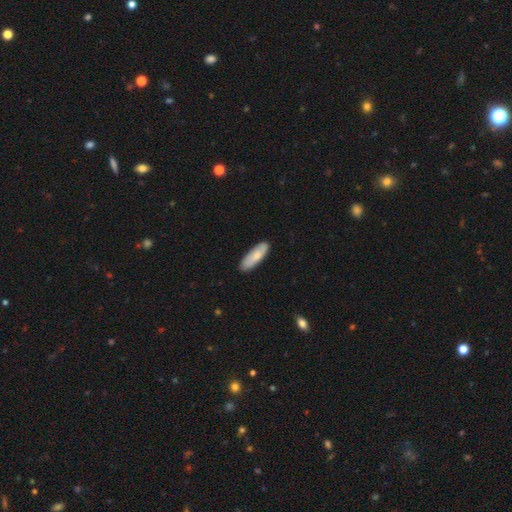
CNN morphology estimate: Smooth or featured: smooth — 75% (featured or disk — 19%)
How rounded: in between — 51% (cigar-shaped — 48%)
Merging: none — 84% (minor disturbance — 13%)